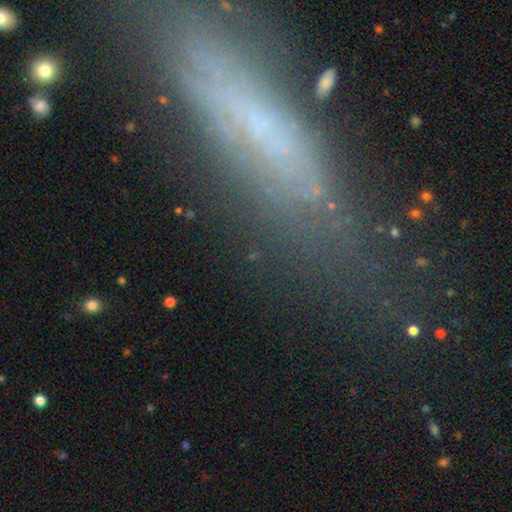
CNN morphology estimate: A featured or disk galaxy (45%).

Vote fractions:
- Smooth or featured? featured or disk: 45% / smooth: 30% / star or artifact: 25%
- Merging? none: 66% / minor disturbance: 18% / major disturbance: 11% / merger: 5%